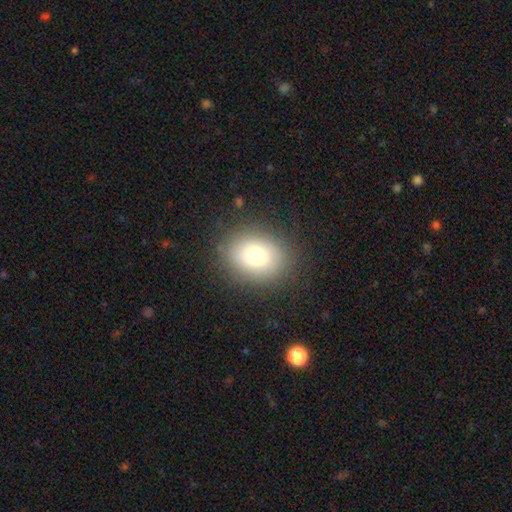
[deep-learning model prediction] smooth_or_featured: smooth (p=0.76) [alt: featured or disk p=0.12]
how_rounded: in between (p=0.51) [alt: round p=0.48]
merging: none (p=0.85) [alt: minor disturbance p=0.10]